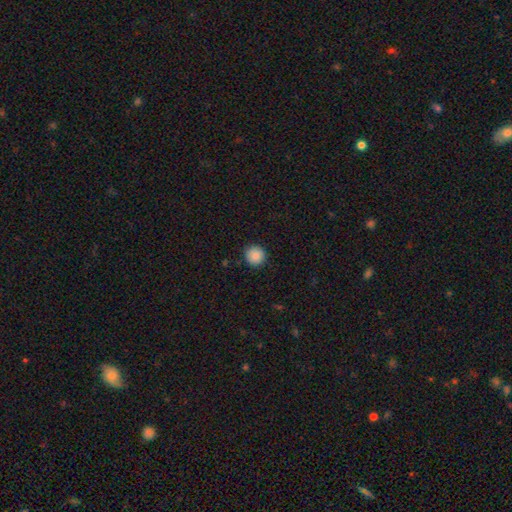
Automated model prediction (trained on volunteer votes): Smooth or featured?
  - smooth: 88% *
  - star or artifact: 9%
  - featured or disk: 3%
How rounded?
  - round: 95% *
  - in between: 4%
  - cigar-shaped: 1%
Merging?
  - none: 92% *
  - minor disturbance: 5%
  - major disturbance: 2%
  - merger: 1%